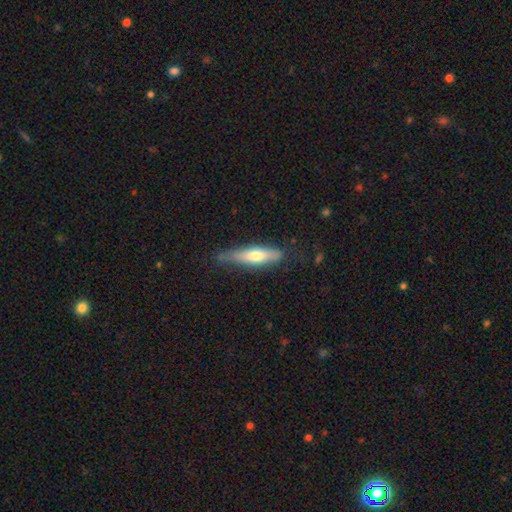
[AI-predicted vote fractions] Q: Smooth or featured?
A: smooth (58%); runner-up: featured or disk (37%)
Q: How rounded?
A: cigar-shaped (72%); runner-up: in between (26%)
Q: Merging?
A: none (67%); runner-up: minor disturbance (25%)